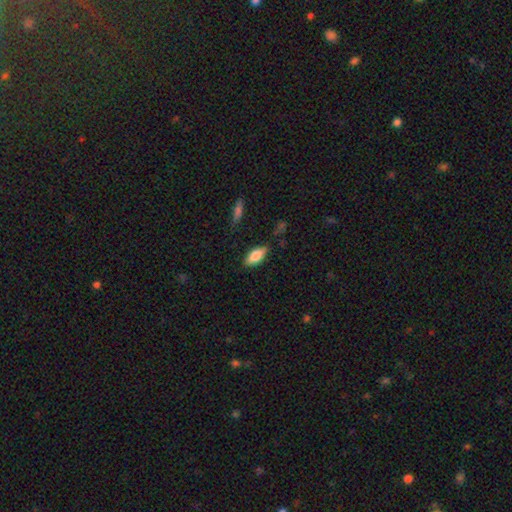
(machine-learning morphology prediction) Overall: smooth (81%). How rounded: in between (86%). Merging: none (81%).